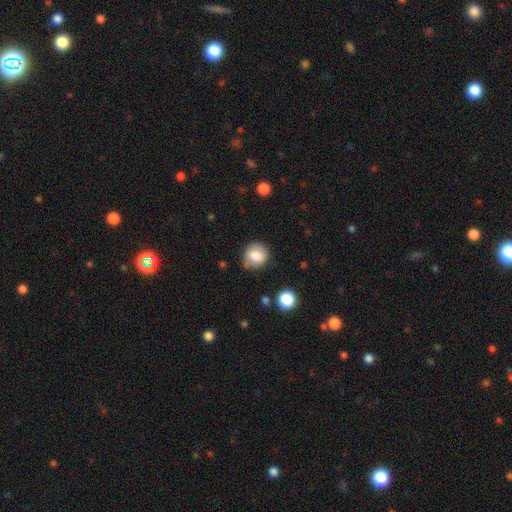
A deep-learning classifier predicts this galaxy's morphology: type=smooth (81%); roundness=round (87%); merging=none (76%).